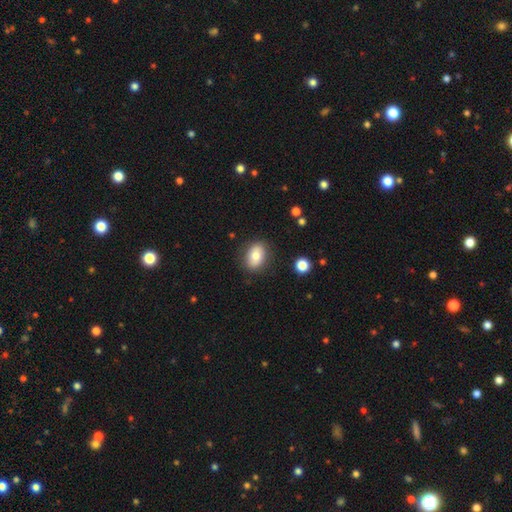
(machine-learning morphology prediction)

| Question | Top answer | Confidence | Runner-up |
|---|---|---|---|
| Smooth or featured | smooth | 77% | featured or disk (14%) |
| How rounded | in between | 79% | round (20%) |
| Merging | none | 84% | minor disturbance (11%) |